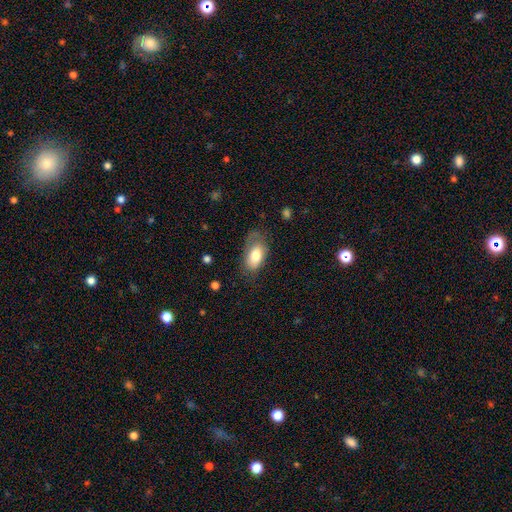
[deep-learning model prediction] Overall: smooth (75%). How rounded: in between (92%). Merging: none (55%; minor disturbance 28%).